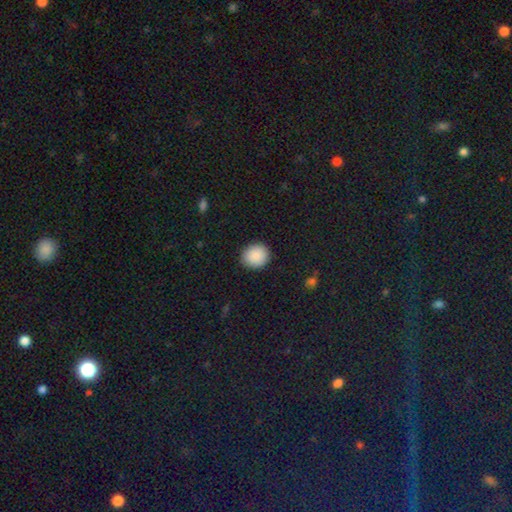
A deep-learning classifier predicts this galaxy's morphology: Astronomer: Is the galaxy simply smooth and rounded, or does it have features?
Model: smooth — 90%.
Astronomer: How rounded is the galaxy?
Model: round — 79%.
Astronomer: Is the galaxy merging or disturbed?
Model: none — 90%.